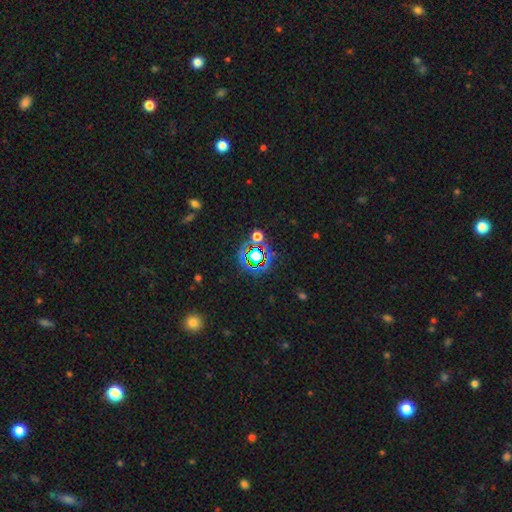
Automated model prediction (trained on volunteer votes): A star or artifact, not a galaxy (68%).